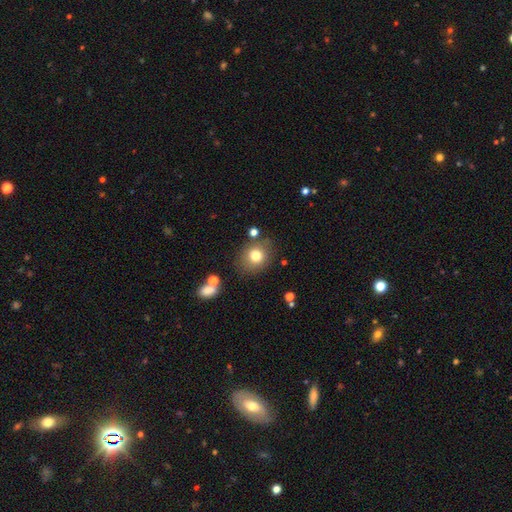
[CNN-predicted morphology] smooth_or_featured: smooth (p=0.77) [alt: star or artifact p=0.12]
how_rounded: round (p=0.77) [alt: in between p=0.22]
merging: none (p=0.80) [alt: minor disturbance p=0.11]